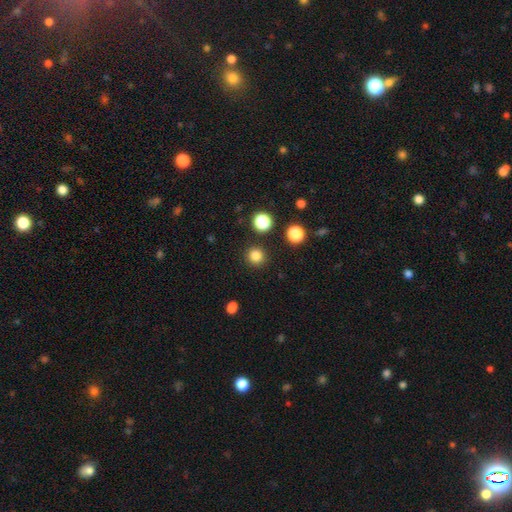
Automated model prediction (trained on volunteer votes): Smooth or featured?
  - smooth: 82% *
  - star or artifact: 14%
  - featured or disk: 4%
How rounded?
  - round: 94% *
  - in between: 5%
  - cigar-shaped: 1%
Merging?
  - none: 91% *
  - minor disturbance: 5%
  - major disturbance: 2%
  - merger: 2%